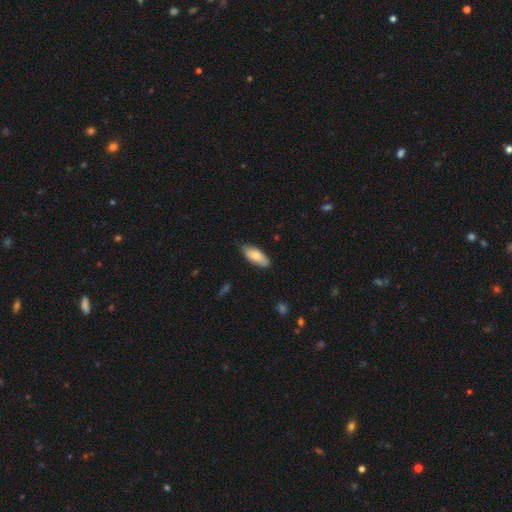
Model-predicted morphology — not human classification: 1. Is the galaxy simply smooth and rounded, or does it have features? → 75% smooth, 19% featured or disk, 6% star or artifact.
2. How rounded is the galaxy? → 83% in between, 15% cigar-shaped, 2% round.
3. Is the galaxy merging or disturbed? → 73% none, 23% minor disturbance, 3% major disturbance, 1% merger.